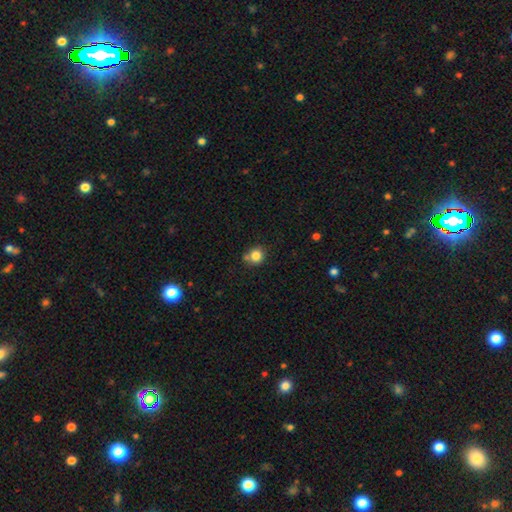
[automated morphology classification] Q: Smooth or featured?
A: smooth (82%); runner-up: star or artifact (11%)
Q: How rounded?
A: round (86%); runner-up: in between (13%)
Q: Merging?
A: none (64%); runner-up: minor disturbance (17%)